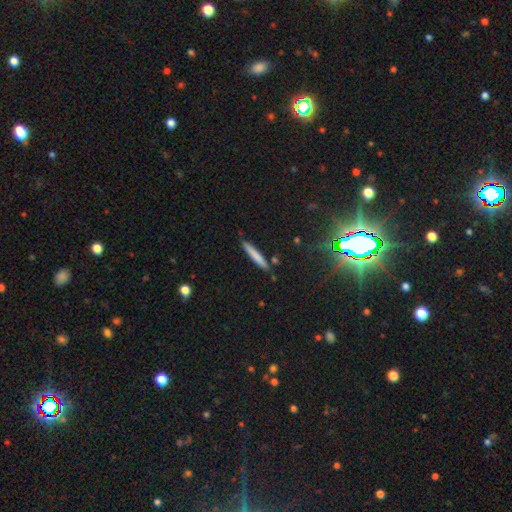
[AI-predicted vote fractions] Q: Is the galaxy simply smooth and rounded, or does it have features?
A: smooth — 74%.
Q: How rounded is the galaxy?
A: cigar-shaped — 94%.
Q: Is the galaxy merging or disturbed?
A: none — 87%.